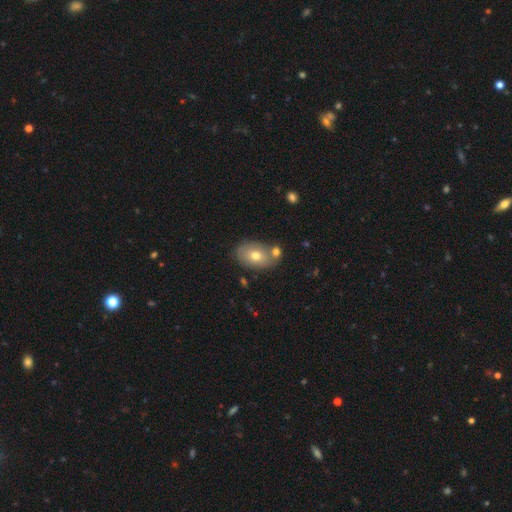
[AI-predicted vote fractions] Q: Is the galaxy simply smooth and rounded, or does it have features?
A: smooth — 69%.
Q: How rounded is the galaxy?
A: in between — 86%.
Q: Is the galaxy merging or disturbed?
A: none — 68%.